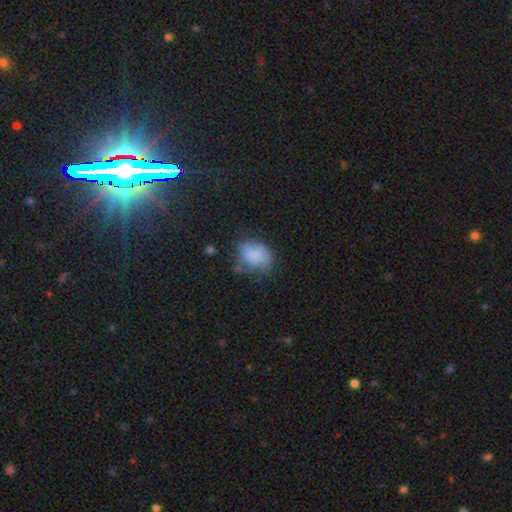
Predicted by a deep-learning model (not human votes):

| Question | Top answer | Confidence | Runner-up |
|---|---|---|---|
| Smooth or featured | smooth | 62% | featured or disk (28%) |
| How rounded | in between | 62% | round (37%) |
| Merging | none | 42% | minor disturbance (32%) |